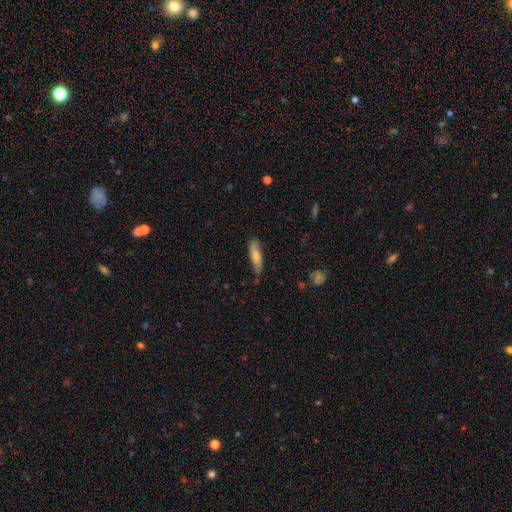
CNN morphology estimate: smooth 68%, featured or disk 26%, star or artifact 6%. Down the decision tree: how rounded — cigar-shaped (71%); merging — none (73%).